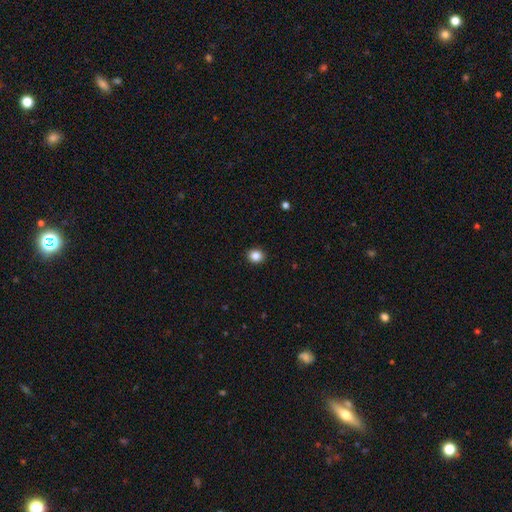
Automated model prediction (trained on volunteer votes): A smooth galaxy with no disk features (85%) that is round (77%). Merging: none (92%).